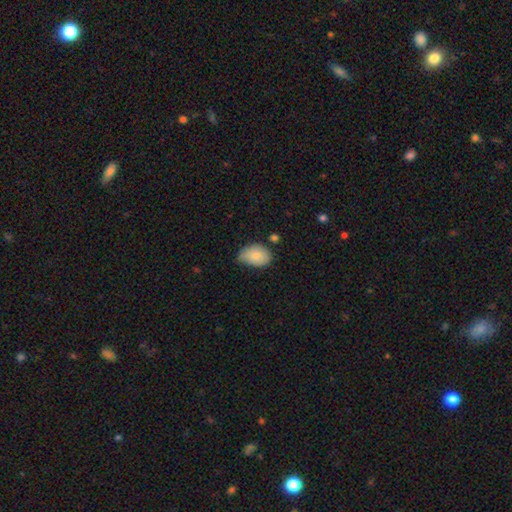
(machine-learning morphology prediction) Overall: smooth (84%). How rounded: in between (81%). Merging: none (45%; minor disturbance 44%).